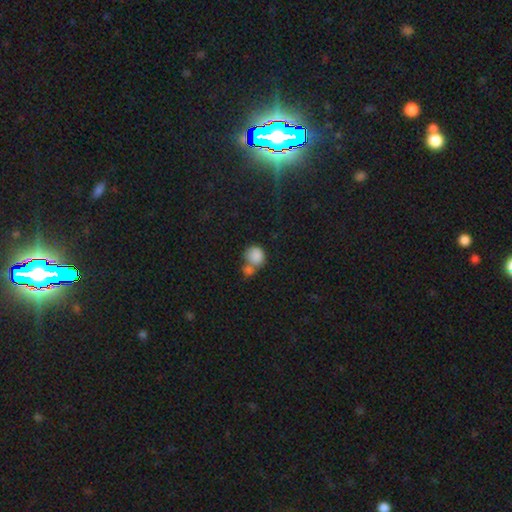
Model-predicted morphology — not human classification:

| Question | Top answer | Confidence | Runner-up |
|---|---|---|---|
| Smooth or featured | smooth | 84% | star or artifact (9%) |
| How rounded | round | 81% | in between (18%) |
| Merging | merger | 51% | none (32%) |